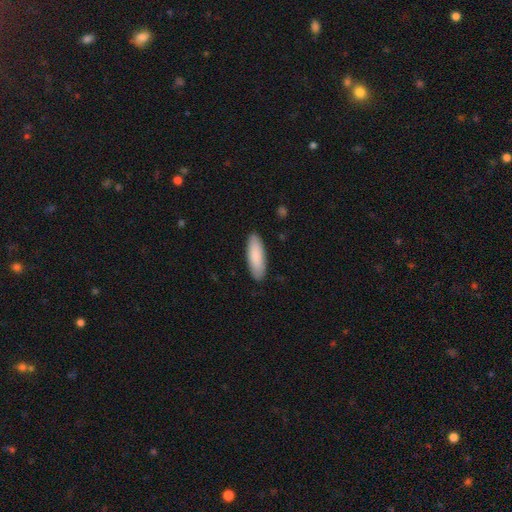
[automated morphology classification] Smooth or featured? Predicted: smooth (p=0.86). How rounded? Predicted: in between (p=0.55). Merging? Predicted: none (p=0.89).